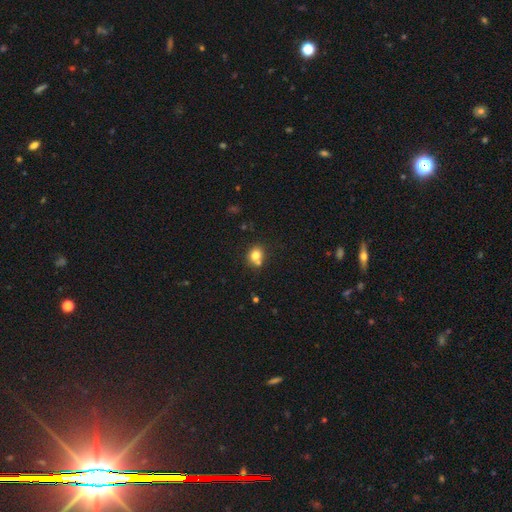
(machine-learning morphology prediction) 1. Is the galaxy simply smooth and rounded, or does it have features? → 78% smooth, 12% star or artifact, 10% featured or disk.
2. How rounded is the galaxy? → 71% round, 28% in between, 1% cigar-shaped.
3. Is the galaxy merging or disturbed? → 62% none, 23% merger, 12% minor disturbance, 3% major disturbance.